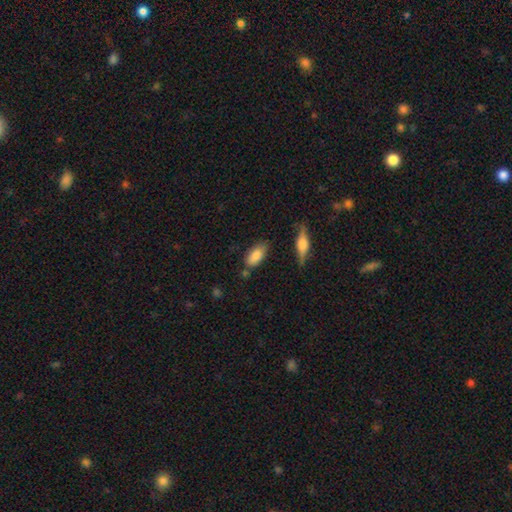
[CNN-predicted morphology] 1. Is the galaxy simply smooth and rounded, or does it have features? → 82% smooth, 11% featured or disk, 7% star or artifact.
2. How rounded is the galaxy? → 87% in between, 10% cigar-shaped, 3% round.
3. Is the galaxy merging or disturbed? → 67% none, 22% minor disturbance, 6% merger, 5% major disturbance.